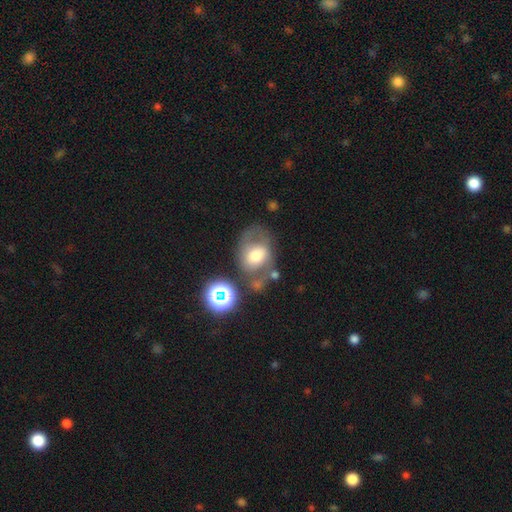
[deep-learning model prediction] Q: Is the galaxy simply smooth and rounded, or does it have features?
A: smooth — 51%.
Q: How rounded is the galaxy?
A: in between — 58%.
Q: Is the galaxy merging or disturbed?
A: none — 46%.